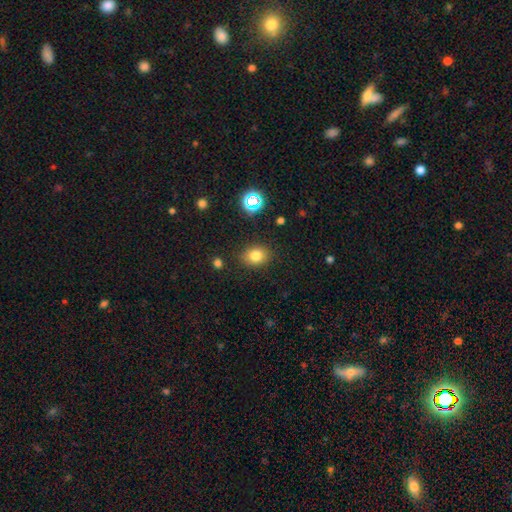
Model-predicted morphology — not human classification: This appears to be a smooth galaxy with no disk features (79%) that is in between round and cigar-shaped (55%). Merging: none (85%).